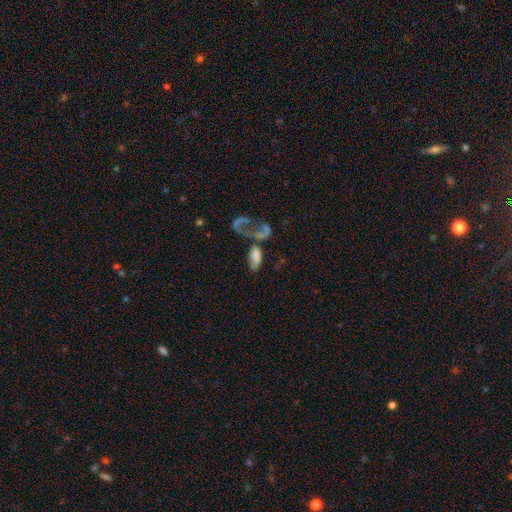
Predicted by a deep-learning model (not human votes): A smooth galaxy with no disk features (57%) that is in between round and cigar-shaped (89%). Merging: merger (44%).